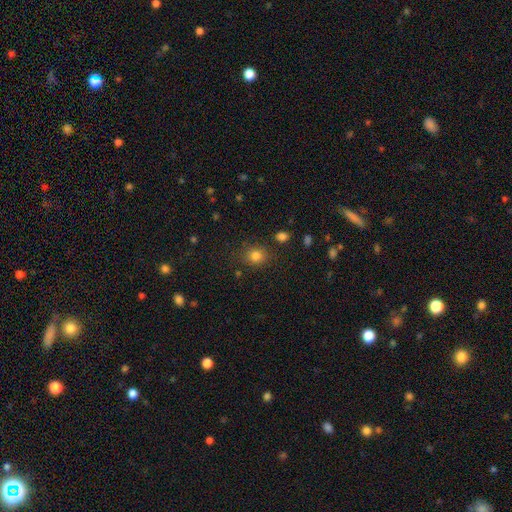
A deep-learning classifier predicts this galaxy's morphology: smooth_or_featured: smooth (p=0.81) [alt: star or artifact p=0.13]
how_rounded: round (p=0.71) [alt: in between p=0.28]
merging: none (p=0.82) [alt: minor disturbance p=0.11]